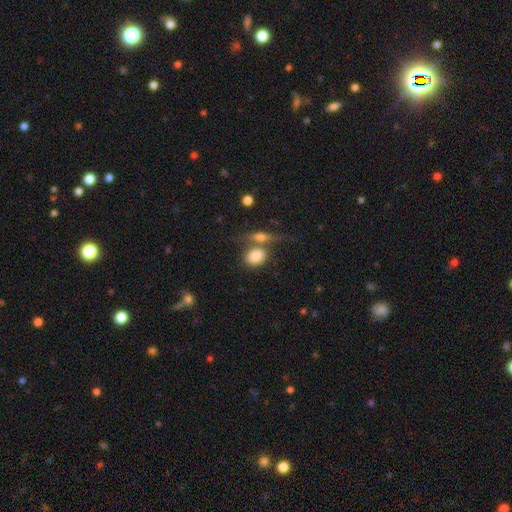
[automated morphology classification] Smooth or featured? Predicted: smooth (p=0.81). How rounded? Predicted: in between (p=0.57). Merging? Predicted: none (p=0.50).